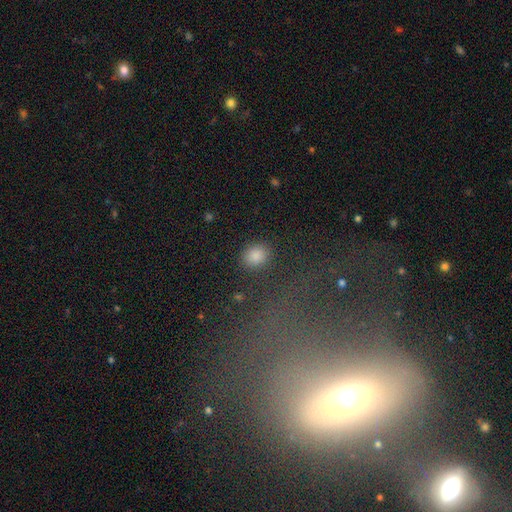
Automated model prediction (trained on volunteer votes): Overall: smooth (83%). How rounded: round (63%; in between 36%). Merging: none (88%).